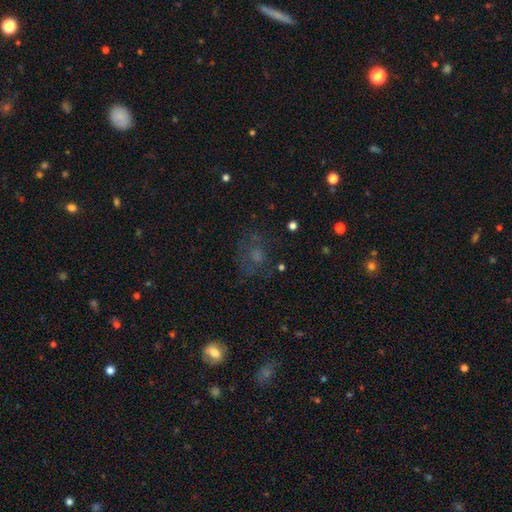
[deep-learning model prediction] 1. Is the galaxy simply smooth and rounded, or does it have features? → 44% smooth, 29% featured or disk, 27% star or artifact.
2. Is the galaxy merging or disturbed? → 59% none, 21% major disturbance, 18% minor disturbance, 3% merger.